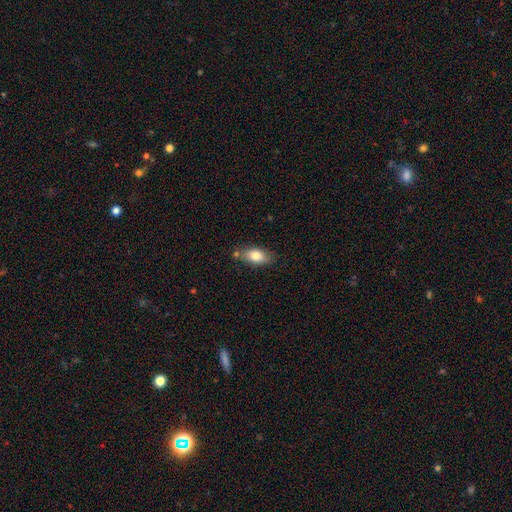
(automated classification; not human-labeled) The model was most divided on "merging": none: 73%, minor disturbance: 17%, merger: 7%, major disturbance: 3%. More confident: how rounded — in between (86%); smooth or featured — smooth (78%).